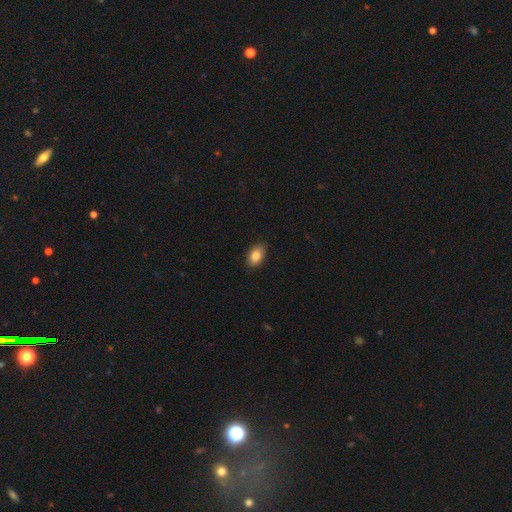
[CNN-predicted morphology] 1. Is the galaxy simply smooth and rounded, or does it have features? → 86% smooth, 8% star or artifact, 6% featured or disk.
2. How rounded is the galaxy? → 91% in between, 7% round, 2% cigar-shaped.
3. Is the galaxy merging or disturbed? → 84% none, 13% minor disturbance, 2% major disturbance, 1% merger.